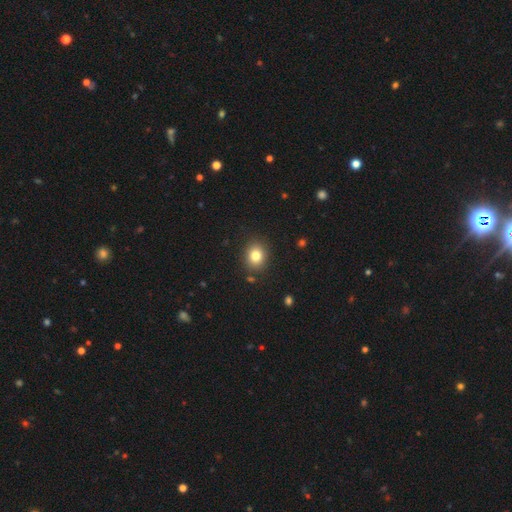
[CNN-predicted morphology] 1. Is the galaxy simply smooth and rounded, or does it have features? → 81% smooth, 11% star or artifact, 8% featured or disk.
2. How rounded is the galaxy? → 66% round, 33% in between, 1% cigar-shaped.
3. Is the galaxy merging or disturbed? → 88% none, 8% minor disturbance, 2% major disturbance, 2% merger.